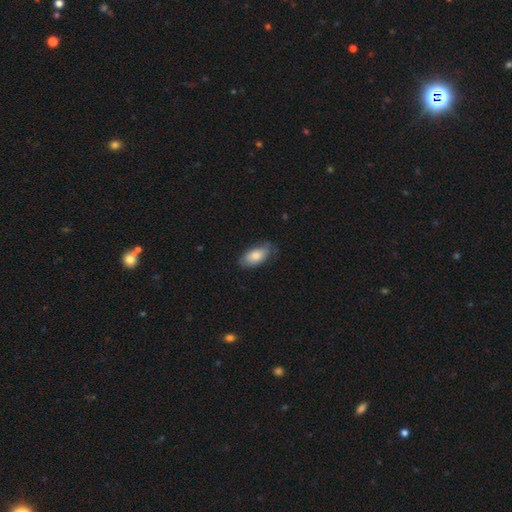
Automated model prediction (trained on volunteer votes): Smooth or featured: smooth — 78% (featured or disk — 16%)
How rounded: in between — 92% (cigar-shaped — 5%)
Merging: none — 67% (minor disturbance — 27%)